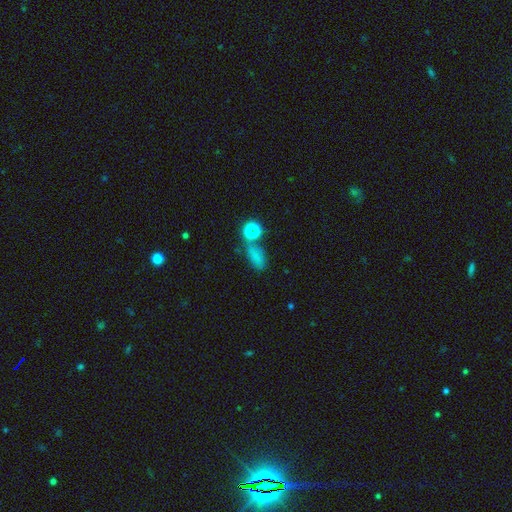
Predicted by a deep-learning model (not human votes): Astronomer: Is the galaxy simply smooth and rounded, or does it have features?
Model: smooth — 68%.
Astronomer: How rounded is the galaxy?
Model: in between — 73%.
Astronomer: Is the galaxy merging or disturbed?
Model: none — 56%.